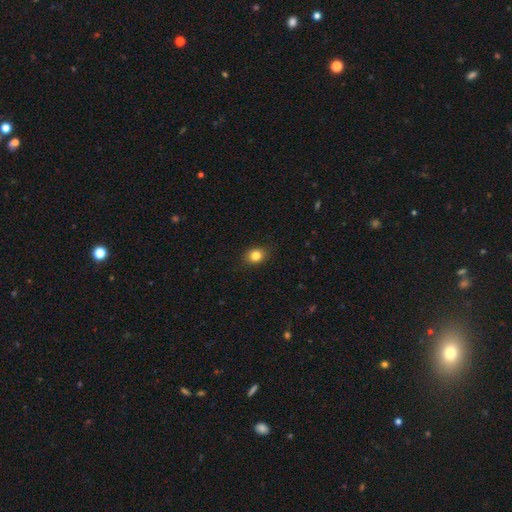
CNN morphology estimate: Smooth or featured? Predicted: smooth (p=0.83). How rounded? Predicted: round (p=0.50). Merging? Predicted: none (p=0.86).